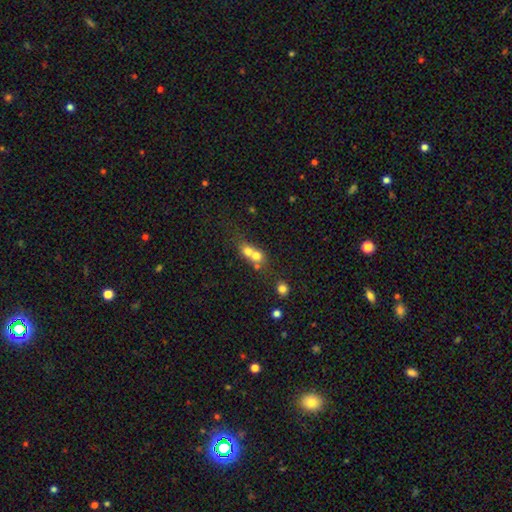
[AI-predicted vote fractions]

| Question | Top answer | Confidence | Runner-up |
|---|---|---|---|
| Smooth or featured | smooth | 67% | featured or disk (21%) |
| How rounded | round | 65% | in between (32%) |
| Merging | merger | 69% | none (22%) |